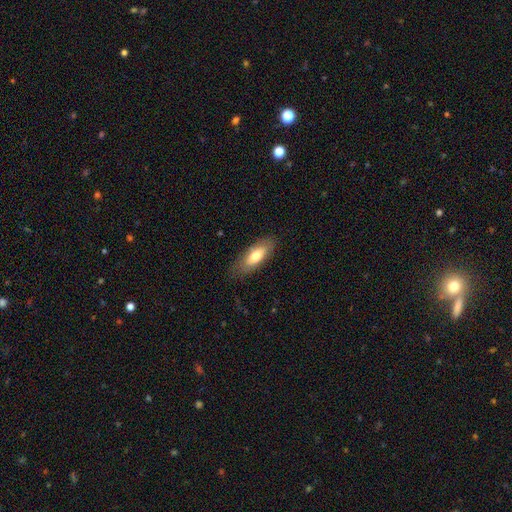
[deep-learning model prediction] Overall: smooth (71%). How rounded: in between (75%). Merging: none (80%).